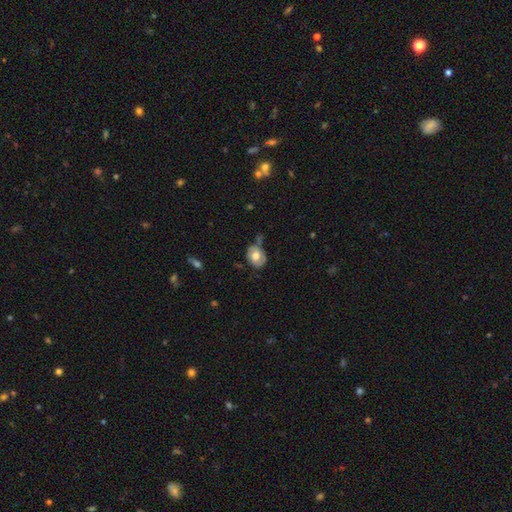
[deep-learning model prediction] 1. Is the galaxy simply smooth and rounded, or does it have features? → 53% smooth, 40% featured or disk, 7% star or artifact.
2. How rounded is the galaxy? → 63% in between, 35% round, 1% cigar-shaped.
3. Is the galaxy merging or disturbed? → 52% none, 30% minor disturbance, 10% major disturbance, 8% merger.